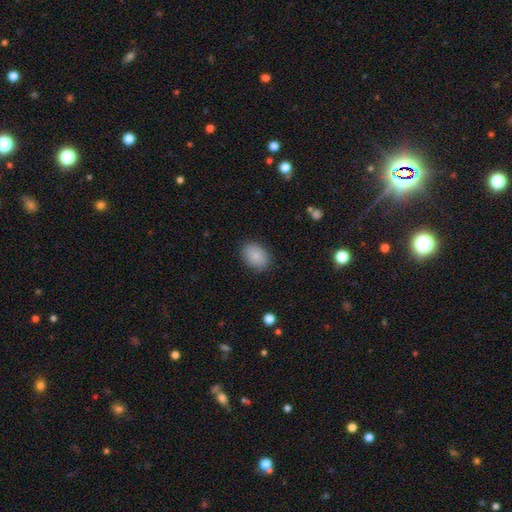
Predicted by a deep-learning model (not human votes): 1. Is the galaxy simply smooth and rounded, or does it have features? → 84% smooth, 8% featured or disk, 7% star or artifact.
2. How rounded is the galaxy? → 74% in between, 25% round, 1% cigar-shaped.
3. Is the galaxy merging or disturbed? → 85% none, 12% minor disturbance, 3% major disturbance, 1% merger.